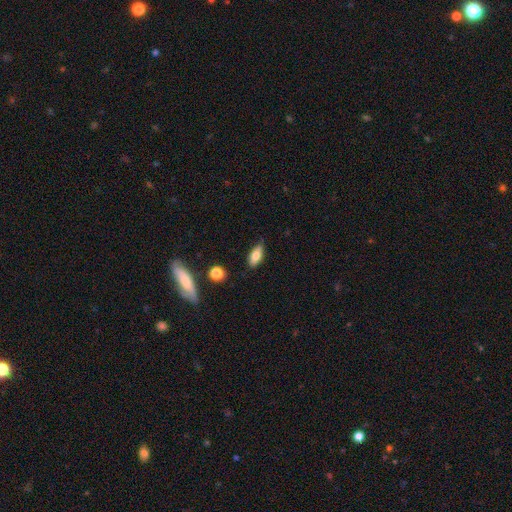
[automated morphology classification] Smooth or featured? Predicted: smooth (p=0.76). How rounded? Predicted: in between (p=0.79). Merging? Predicted: none (p=0.78).